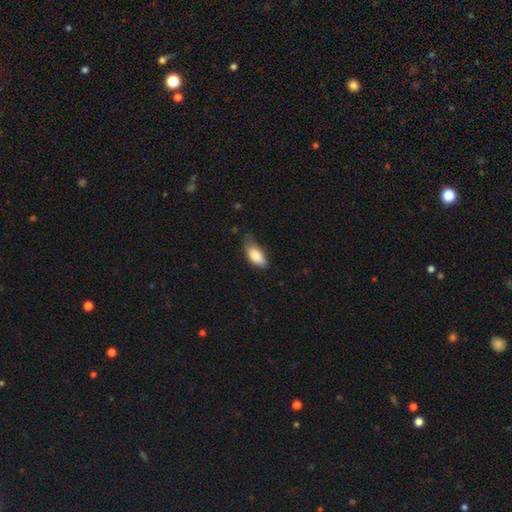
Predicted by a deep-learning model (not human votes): The model was most divided on "merging" (2-way tie): none: 43%, minor disturbance: 43%, major disturbance: 11%, merger: 2%. More confident: how rounded — in between (88%); smooth or featured — smooth (82%).